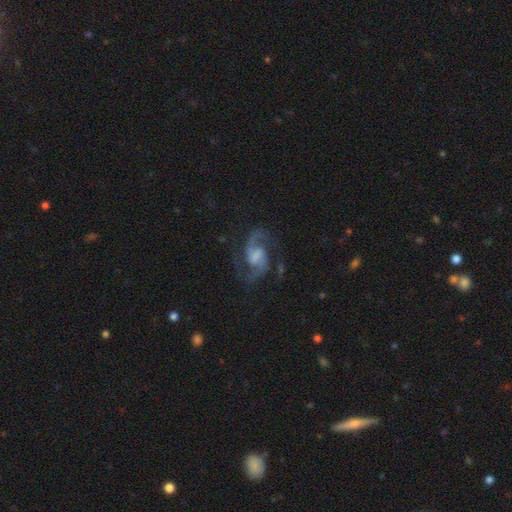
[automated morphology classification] smooth_or_featured: featured or disk (p=0.90) [alt: star or artifact p=0.06]
disk_edge_on: no (p=0.98) [alt: yes p=0.02]
bar: weak (p=0.53) [alt: no p=0.31]
has_spiral_arms: yes (p=0.98) [alt: no p=0.02]
spiral_winding: medium (p=0.60) [alt: loose p=0.29]
spiral_arm_count: 2 (p=0.92) [alt: 3 p=0.02]
bulge_size: none (p=0.30) [alt: moderate p=0.29]
merging: none (p=0.76) [alt: minor disturbance p=0.14]